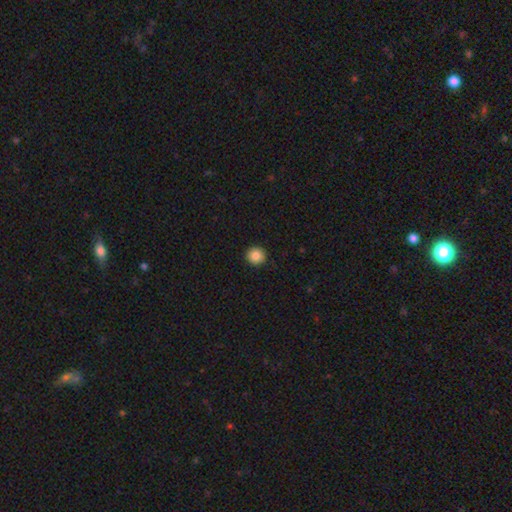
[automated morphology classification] A smooth galaxy with no disk features (86%) that is round (94%).

Vote fractions:
- Smooth or featured? smooth: 86% / star or artifact: 9% / featured or disk: 5%
- How rounded? round: 94% / in between: 5% / cigar-shaped: 1%
- Merging? none: 93% / minor disturbance: 5% / major disturbance: 1% / merger: 1%